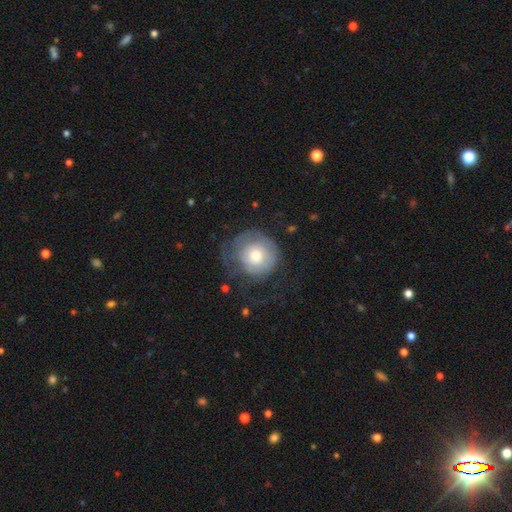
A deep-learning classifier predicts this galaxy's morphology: smooth 53%, featured or disk 40%, star or artifact 7%. Down the decision tree: how rounded — round (88%); merging — none (46%).